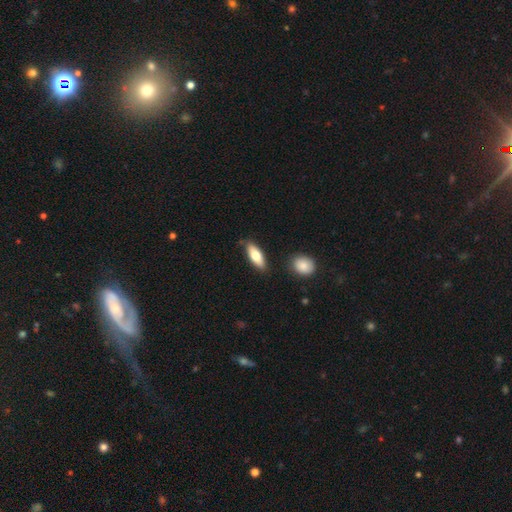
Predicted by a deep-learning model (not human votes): Smooth or featured: smooth — 74% (featured or disk — 20%)
How rounded: in between — 68% (cigar-shaped — 29%)
Merging: none — 81% (minor disturbance — 13%)